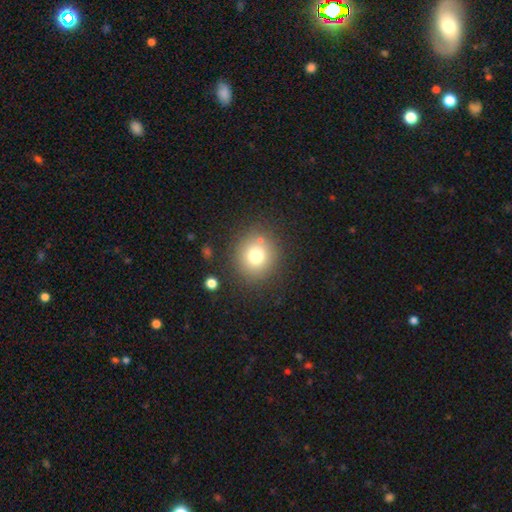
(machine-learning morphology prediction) type=smooth (74%); roundness=round (87%); merging=none (83%).